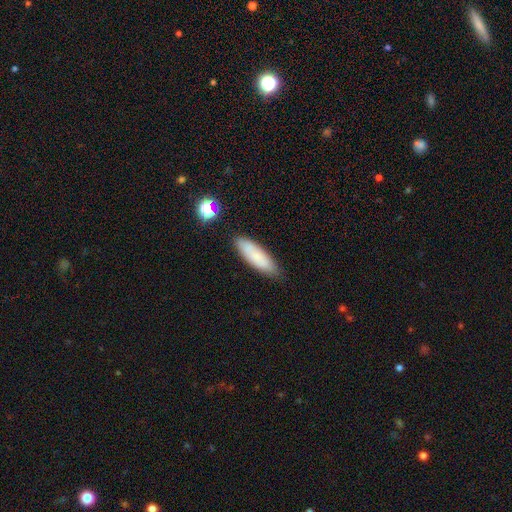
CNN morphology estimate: Smooth or featured? smooth (79%)
How rounded? cigar-shaped (50%)
Merging? none (81%)